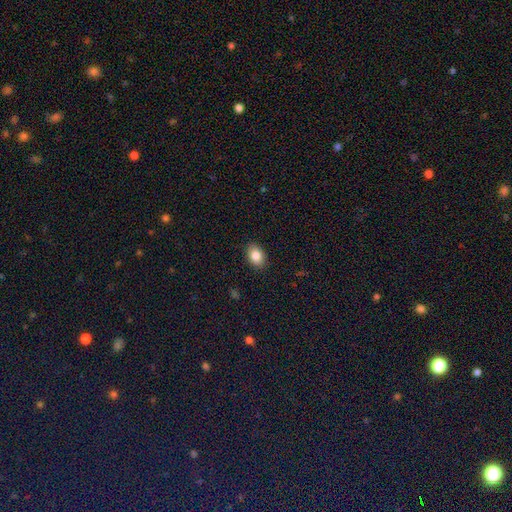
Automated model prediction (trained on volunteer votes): Smooth or featured?
  - smooth: 85% *
  - star or artifact: 8%
  - featured or disk: 7%
How rounded?
  - in between: 80% *
  - round: 19%
  - cigar-shaped: 1%
Merging?
  - none: 88% *
  - minor disturbance: 9%
  - major disturbance: 2%
  - merger: 1%